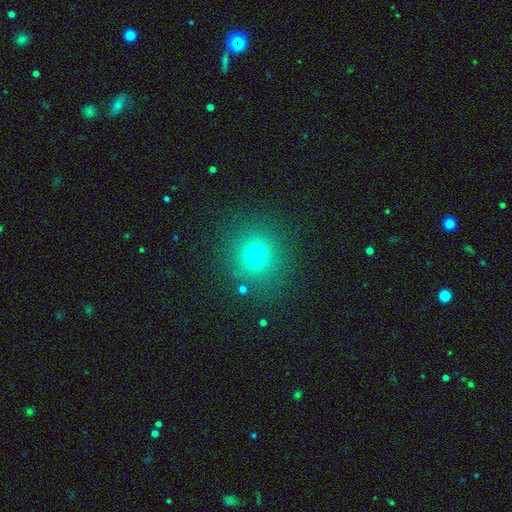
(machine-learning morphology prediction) smooth_or_featured: smooth (p=0.70) [alt: star or artifact p=0.20]
how_rounded: round (p=0.88) [alt: in between p=0.11]
merging: none (p=0.86) [alt: minor disturbance p=0.08]